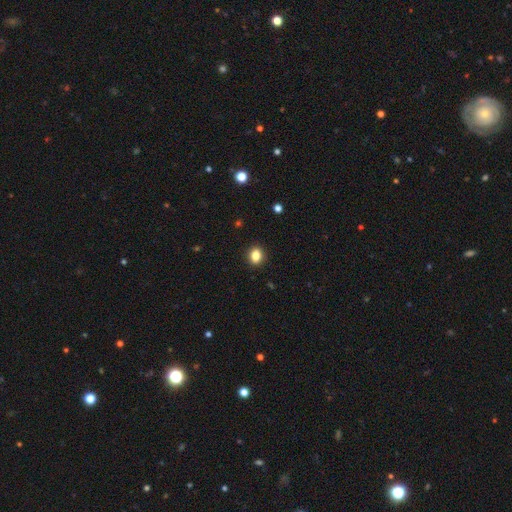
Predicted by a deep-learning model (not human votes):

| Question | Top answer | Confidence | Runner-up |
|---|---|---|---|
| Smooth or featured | smooth | 84% | star or artifact (11%) |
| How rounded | round | 57% | in between (42%) |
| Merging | none | 91% | minor disturbance (6%) |